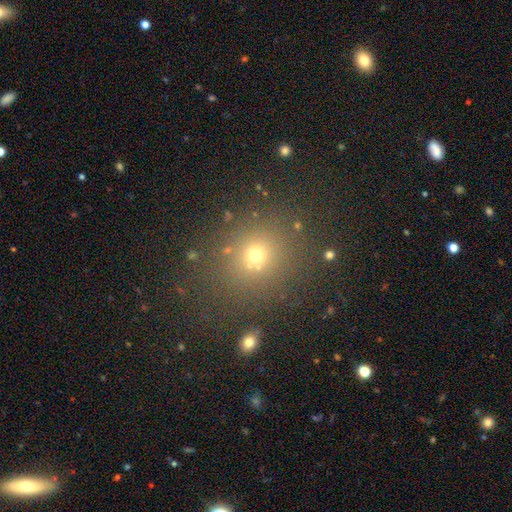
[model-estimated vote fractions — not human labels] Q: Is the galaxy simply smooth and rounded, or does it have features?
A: smooth — 63%.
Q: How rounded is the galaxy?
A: round — 79%.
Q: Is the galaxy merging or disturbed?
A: none — 84%.